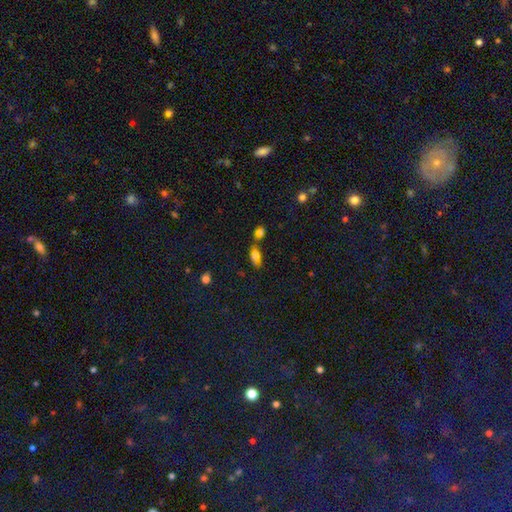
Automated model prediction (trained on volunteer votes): The model was most divided on "merging": none: 43%, merger: 39%, minor disturbance: 13%, major disturbance: 5%. More confident: how rounded — in between (85%); smooth or featured — smooth (74%).